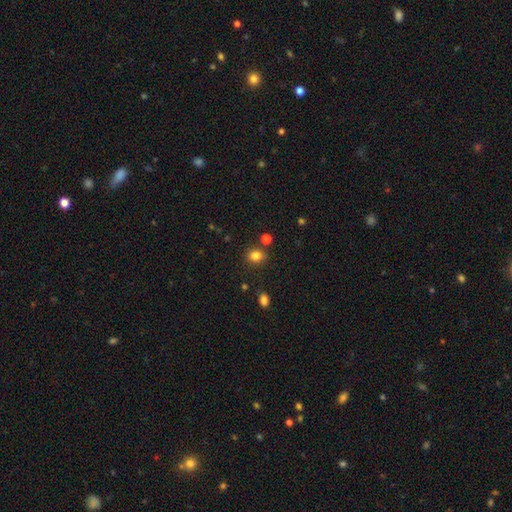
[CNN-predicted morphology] Smooth or featured?
  - smooth: 82% *
  - star or artifact: 13%
  - featured or disk: 5%
How rounded?
  - round: 60% *
  - in between: 39%
  - cigar-shaped: 1%
Merging?
  - none: 79% *
  - minor disturbance: 11%
  - merger: 7%
  - major disturbance: 3%